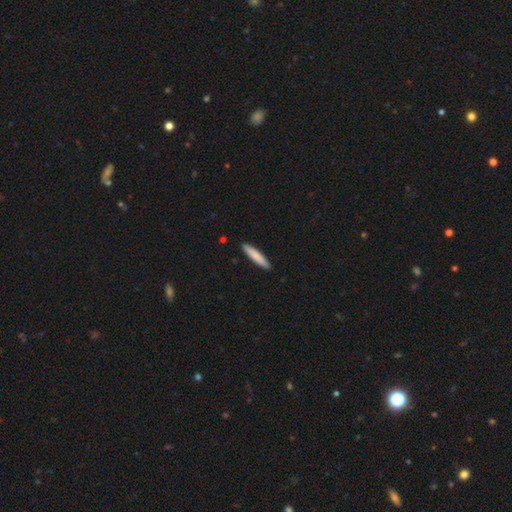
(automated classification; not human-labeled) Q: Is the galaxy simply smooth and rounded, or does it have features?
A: smooth — 83%.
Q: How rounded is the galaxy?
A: cigar-shaped — 91%.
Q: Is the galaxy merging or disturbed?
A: none — 90%.